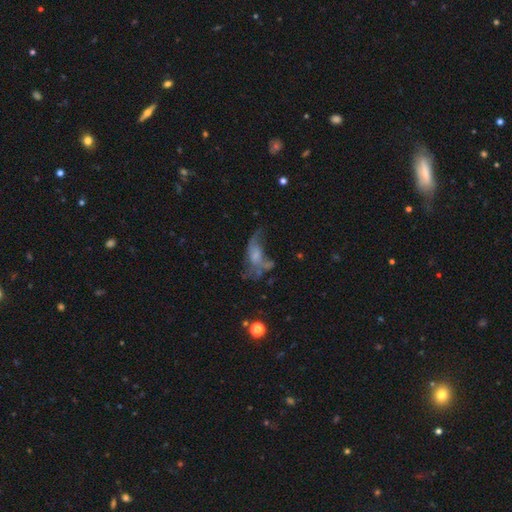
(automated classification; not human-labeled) This appears to be a featured or disk galaxy (52%). Merging: major disturbance (45%).